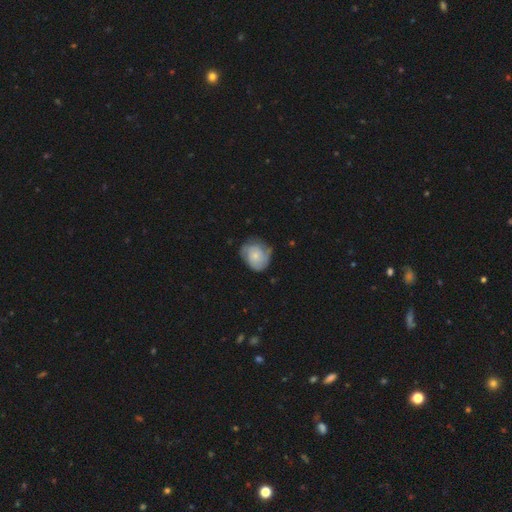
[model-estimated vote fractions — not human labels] Smooth or featured: featured or disk — 53% (smooth — 40%)
Edge-on disk: no — 98% (yes — 2%)
Bar: no — 81% (weak — 17%)
Spiral arms: yes — 86% (no — 14%)
Bulge size: small — 65% (moderate — 25%)
Merging: none — 60% (minor disturbance — 29%)